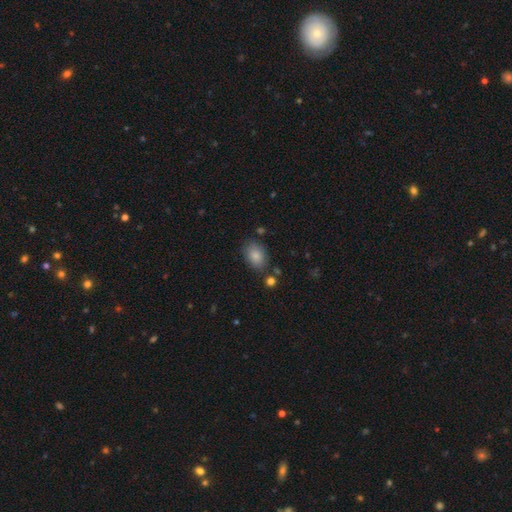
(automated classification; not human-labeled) Q: Smooth or featured?
A: smooth (85%); runner-up: star or artifact (8%)
Q: How rounded?
A: in between (83%); runner-up: round (15%)
Q: Merging?
A: none (78%); runner-up: minor disturbance (14%)